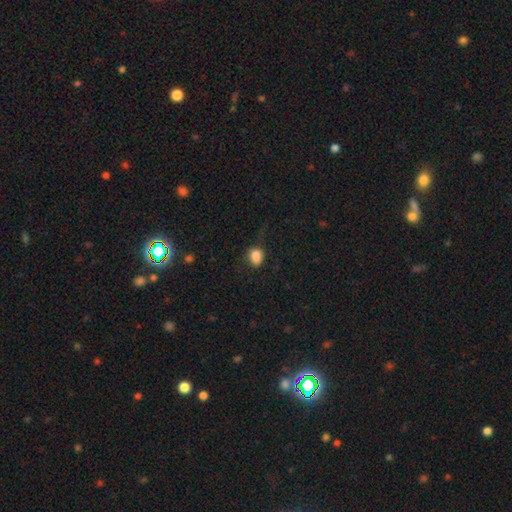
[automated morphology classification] Smooth or featured: smooth — 84% (star or artifact — 10%)
How rounded: in between — 51% (round — 47%)
Merging: none — 57% (minor disturbance — 28%)